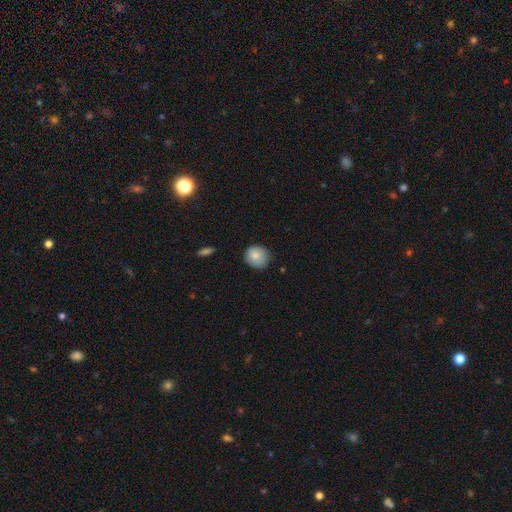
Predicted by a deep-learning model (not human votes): Overall: smooth (83%). How rounded: round (85%). Merging: none (78%).